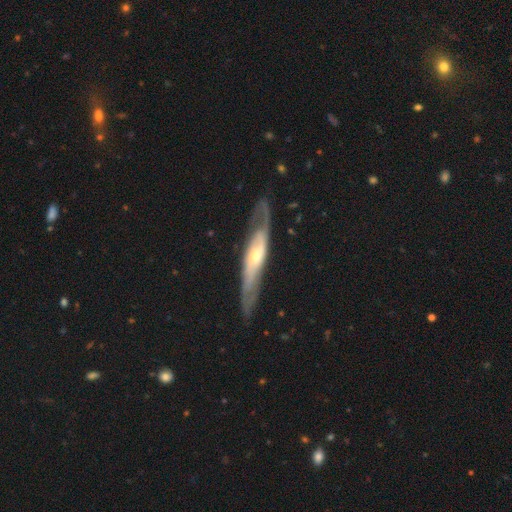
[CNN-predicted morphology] The model was most divided on "edge-on disk": no: 52%, yes: 48%. More confident: smooth or featured — featured or disk (76%); merging — none (76%).